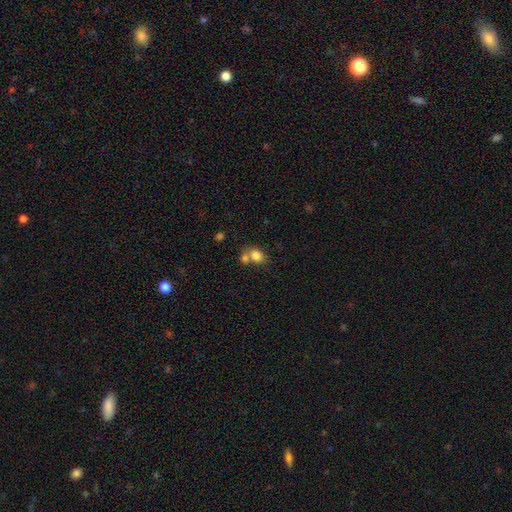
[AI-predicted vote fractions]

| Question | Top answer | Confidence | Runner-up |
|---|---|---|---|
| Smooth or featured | smooth | 80% | featured or disk (10%) |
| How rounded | in between | 58% | round (41%) |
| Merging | merger | 46% | none (40%) |